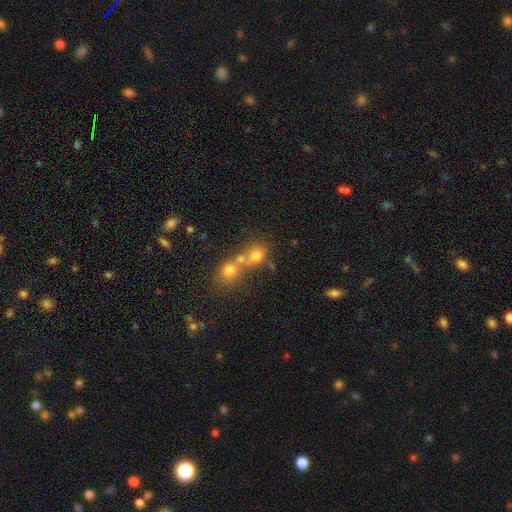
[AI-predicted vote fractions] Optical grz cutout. It shows a smooth galaxy with no disk features (71%) that is round (65%). Merging: merger (58%).